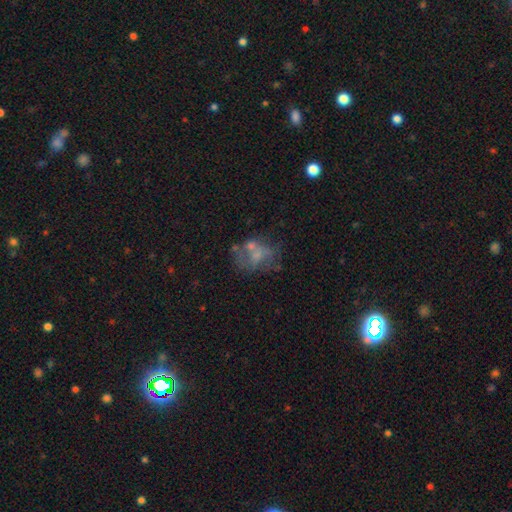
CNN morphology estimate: Q: Smooth or featured?
A: featured or disk (48%); runner-up: smooth (33%)
Q: Merging?
A: none (41%); runner-up: major disturbance (21%)